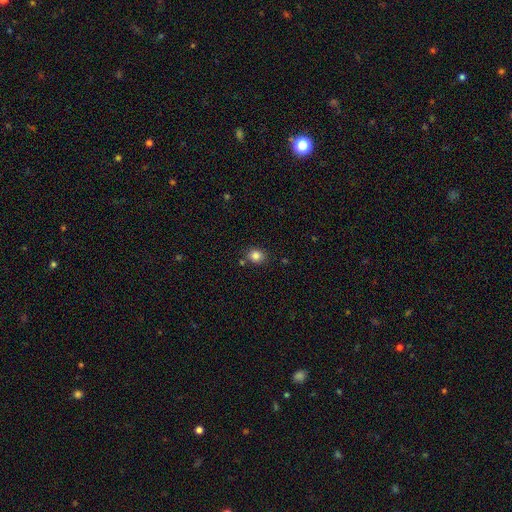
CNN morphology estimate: smooth 84%, star or artifact 11%, featured or disk 5%. Down the decision tree: how rounded — round (67%); merging — none (81%).